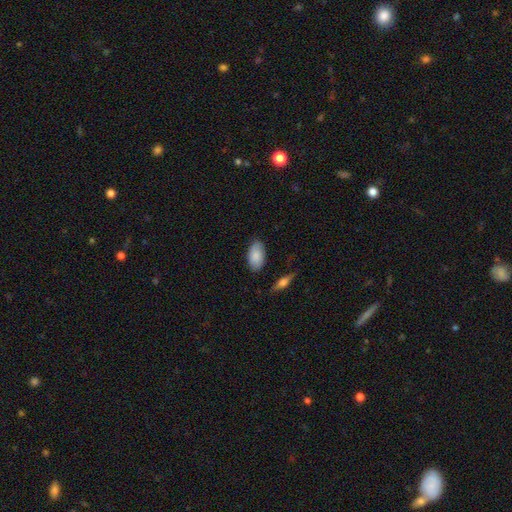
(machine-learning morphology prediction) A smooth galaxy with no disk features (87%) that is in between round and cigar-shaped (94%).

Vote fractions:
- Smooth or featured? smooth: 87% / featured or disk: 7% / star or artifact: 6%
- How rounded? in between: 94% / cigar-shaped: 3% / round: 3%
- Merging? none: 82% / minor disturbance: 13% / major disturbance: 3% / merger: 2%